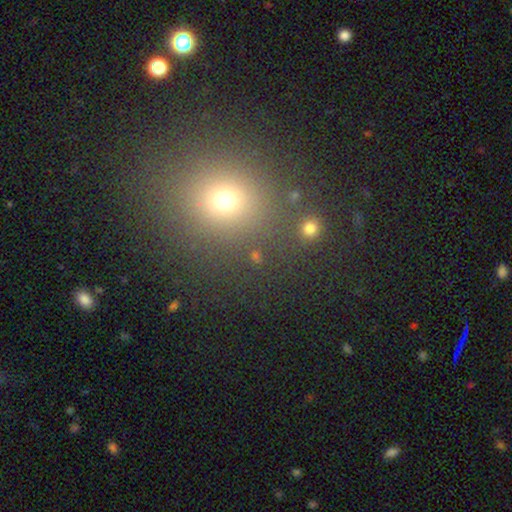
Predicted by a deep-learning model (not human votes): Overall: smooth (62%; star or artifact 30%). How rounded: round (83%). Merging: none (84%).